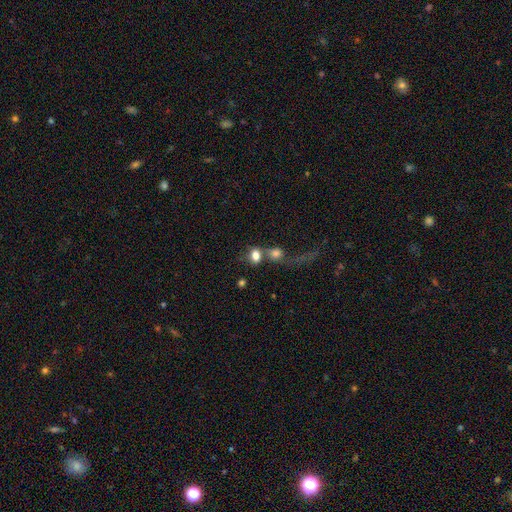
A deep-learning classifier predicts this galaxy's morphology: smooth 78%, featured or disk 12%, star or artifact 10%. Down the decision tree: how rounded — in between (58%); merging — merger (56%).